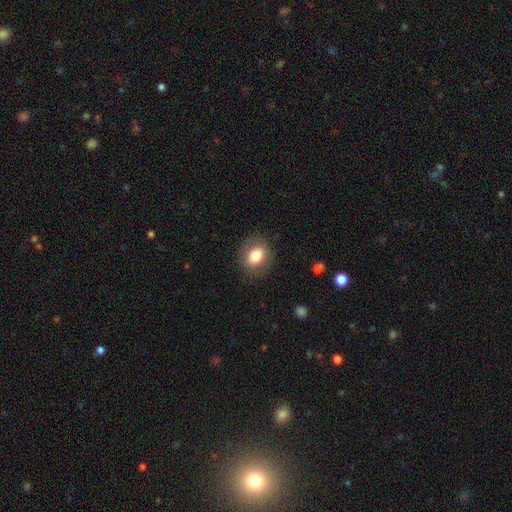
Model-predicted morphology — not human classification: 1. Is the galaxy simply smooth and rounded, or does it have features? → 78% smooth, 14% featured or disk, 8% star or artifact.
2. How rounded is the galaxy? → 53% in between, 46% round, 1% cigar-shaped.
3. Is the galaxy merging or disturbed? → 83% none, 11% minor disturbance, 4% major disturbance, 1% merger.